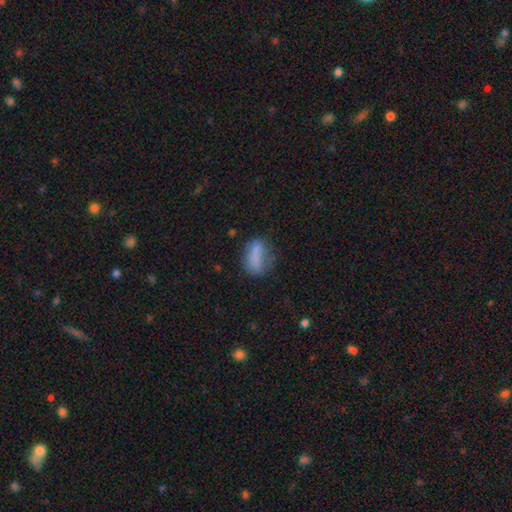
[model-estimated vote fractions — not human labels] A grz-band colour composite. It shows a smooth galaxy with no disk features (74%) that is in between round and cigar-shaped (72%). Merging: none (48%).